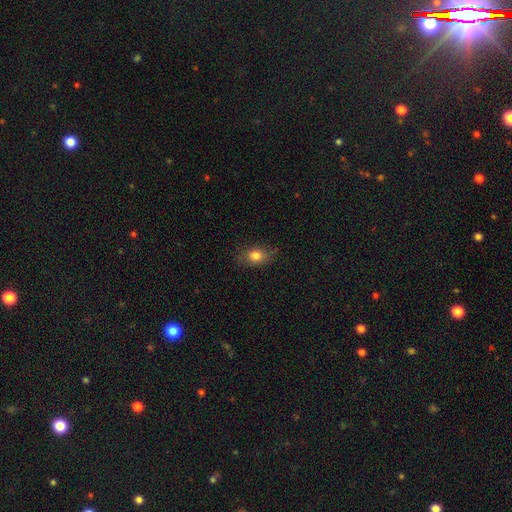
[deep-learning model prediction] A smooth galaxy with no disk features (81%) that is in between round and cigar-shaped (71%). Merging: none (74%).